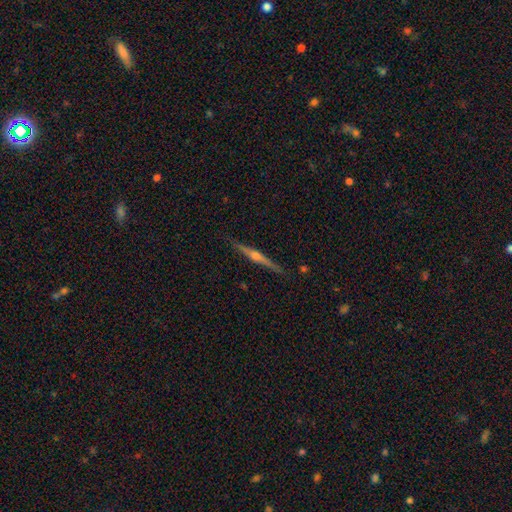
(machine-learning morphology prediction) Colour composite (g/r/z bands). It shows a featured or disk galaxy (85%) viewed edge-on (99%) with a rounded central bulge (93%). Merging: none (91%).